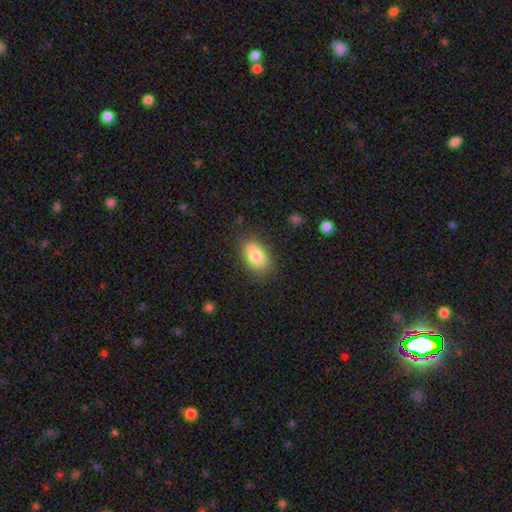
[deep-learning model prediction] A smooth galaxy with no disk features (80%) that is in between round and cigar-shaped (86%).

Vote fractions:
- Smooth or featured? smooth: 80% / featured or disk: 12% / star or artifact: 8%
- How rounded? in between: 86% / round: 12% / cigar-shaped: 2%
- Merging? none: 72% / minor disturbance: 18% / merger: 6% / major disturbance: 4%